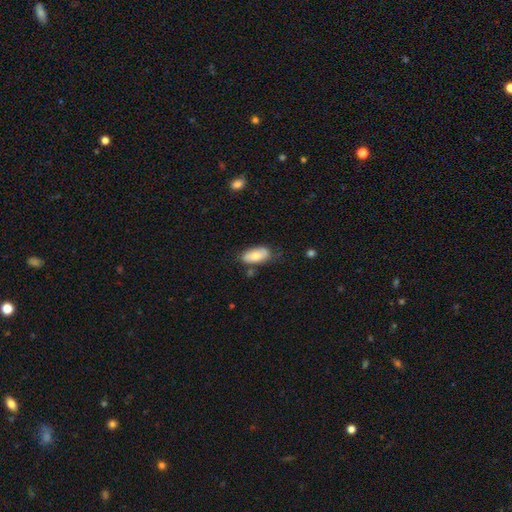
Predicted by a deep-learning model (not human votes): Smooth or featured? smooth (74%)
How rounded? in between (92%)
Merging? none (69%)